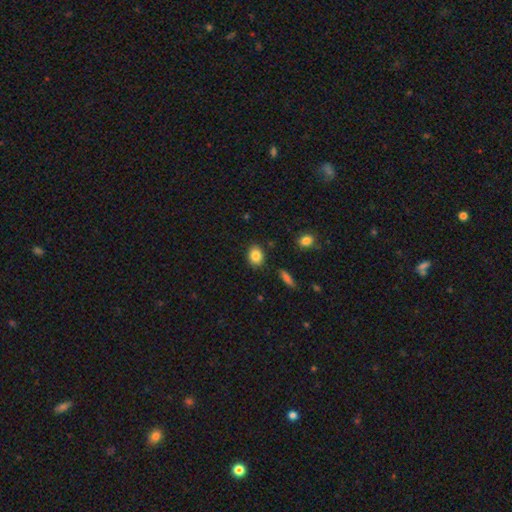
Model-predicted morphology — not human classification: This is clearly a smooth galaxy (85%). How rounded: possibly in between (53%). Merging: clearly none (87%).